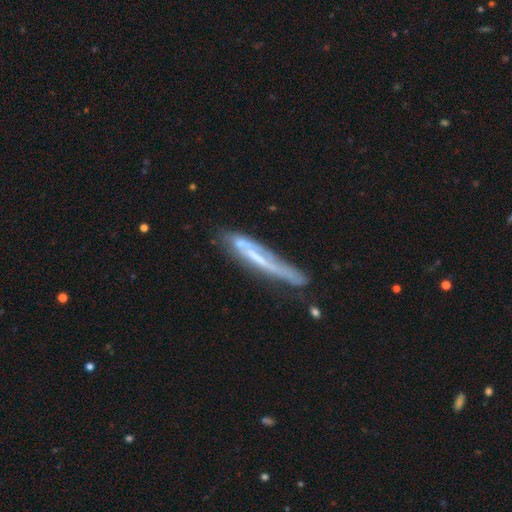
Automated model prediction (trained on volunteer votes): This appears to be a featured or disk galaxy (65%) viewed edge-on (63%). Merging: none (49%).